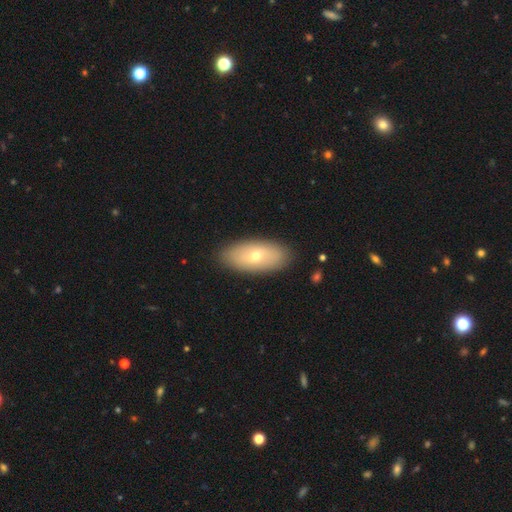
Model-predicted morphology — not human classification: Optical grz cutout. It shows a smooth galaxy with no disk features (61%) that is in between round and cigar-shaped (89%). Merging: none (88%).